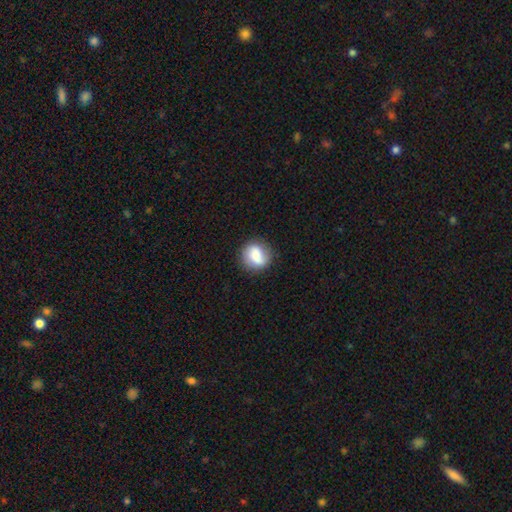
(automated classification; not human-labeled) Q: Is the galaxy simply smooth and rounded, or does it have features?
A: smooth — 72%.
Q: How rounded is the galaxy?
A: round — 80%.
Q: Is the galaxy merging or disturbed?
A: none — 77%.